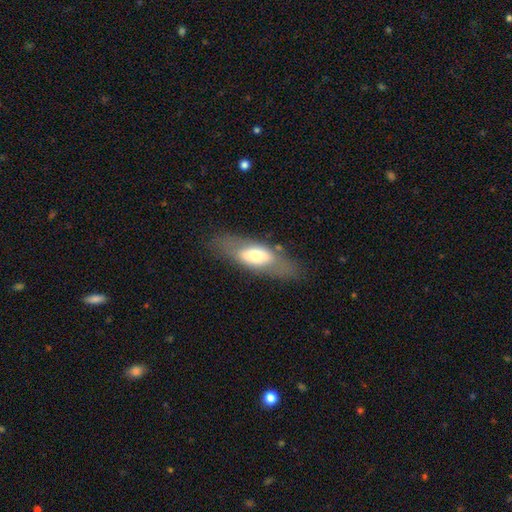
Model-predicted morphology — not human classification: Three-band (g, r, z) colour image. It shows a smooth galaxy with no disk features (53%) that is in between round and cigar-shaped (73%). Merging: none (74%).